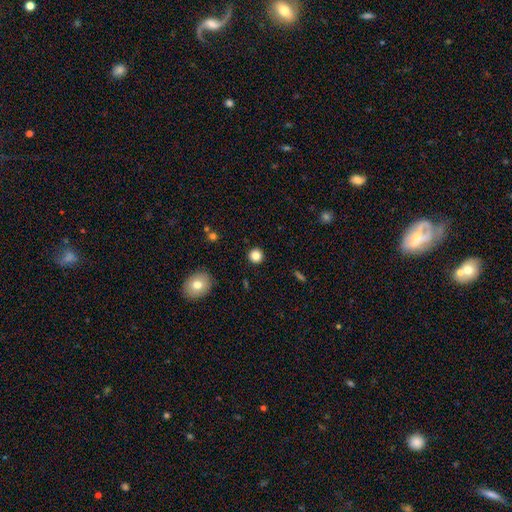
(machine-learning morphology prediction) smooth_or_featured: smooth (p=0.84) [alt: star or artifact p=0.11]
how_rounded: round (p=0.93) [alt: in between p=0.06]
merging: none (p=0.92) [alt: minor disturbance p=0.05]